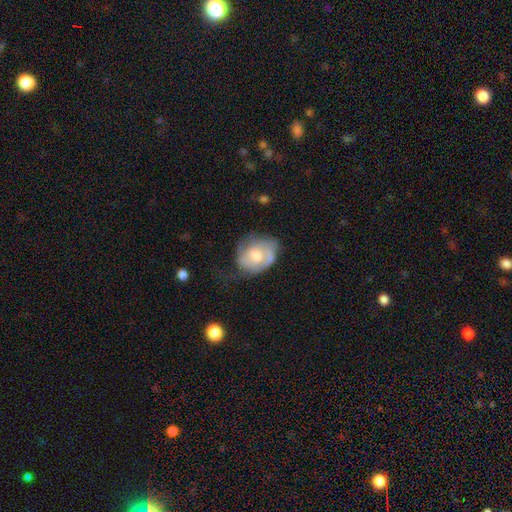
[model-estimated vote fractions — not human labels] Smooth or featured? featured or disk (63%)
Edge-on disk? no (97%)
Bar? no (60%)
Spiral arms? yes (81%)
Bulge size? moderate (58%)
Merging? none (45%)